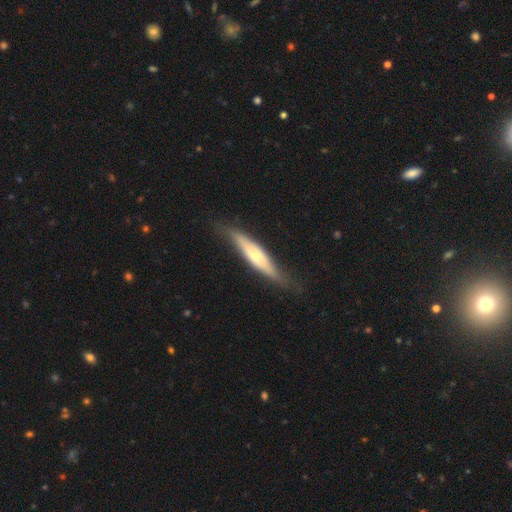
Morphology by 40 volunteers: A featured or disk galaxy (62%) viewed edge-on (68%) with a rounded central bulge (82%).

Vote fractions:
- Smooth or featured? featured or disk: 62% / smooth: 35% / star or artifact: 2%
- Edge-on disk? yes: 68% / no: 32%
- Edge-on bulge? rounded: 82% / none: 12% / boxy: 6%
- Merging? none: 77% / minor disturbance: 10% / major disturbance: 8% / merger: 5%